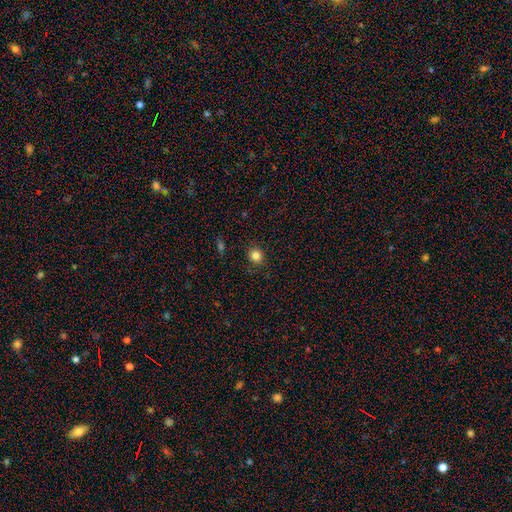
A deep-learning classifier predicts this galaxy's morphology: Smooth or featured: smooth — 83% (star or artifact — 12%)
How rounded: round — 83% (in between — 16%)
Merging: none — 88% (minor disturbance — 8%)